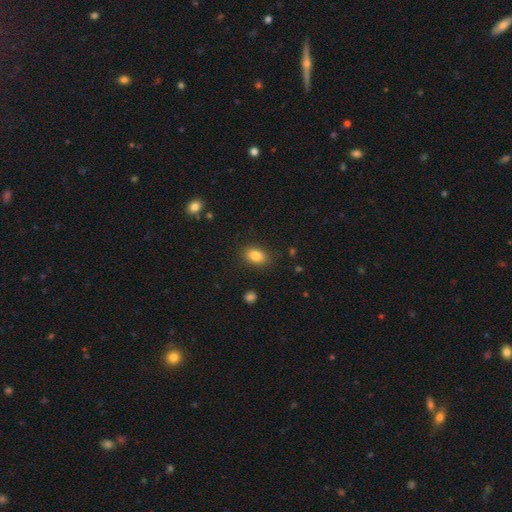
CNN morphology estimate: A smooth galaxy with no disk features (83%) that is in between round and cigar-shaped (78%).

Vote fractions:
- Smooth or featured? smooth: 83% / star or artifact: 9% / featured or disk: 7%
- How rounded? in between: 78% / round: 20% / cigar-shaped: 1%
- Merging? none: 86% / minor disturbance: 10% / major disturbance: 3% / merger: 1%